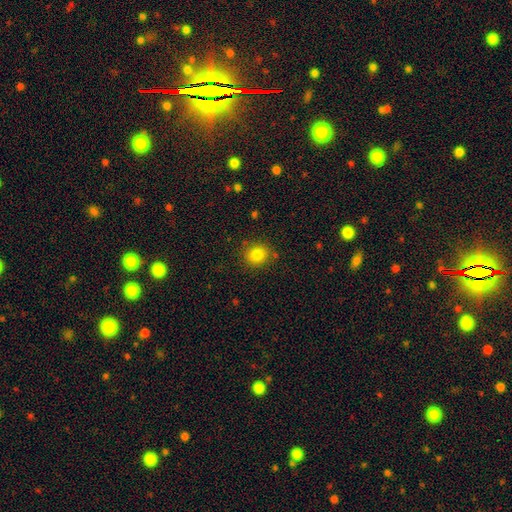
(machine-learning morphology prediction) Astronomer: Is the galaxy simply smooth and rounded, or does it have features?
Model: smooth — 83%.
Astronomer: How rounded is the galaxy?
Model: round — 82%.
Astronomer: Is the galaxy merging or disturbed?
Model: none — 85%.